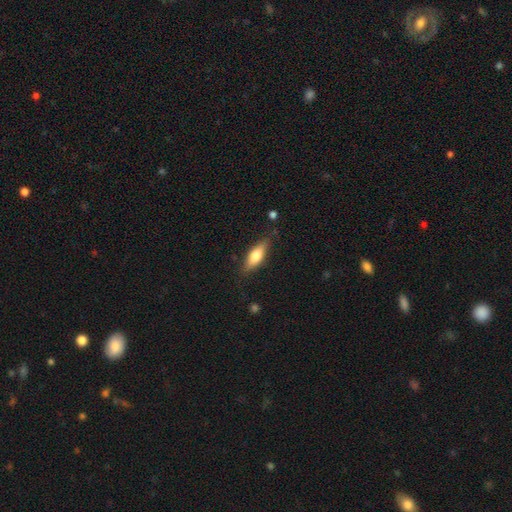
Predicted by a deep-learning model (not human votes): Morphology: type=smooth (68%); roundness=in between (61%); merging=none (80%).